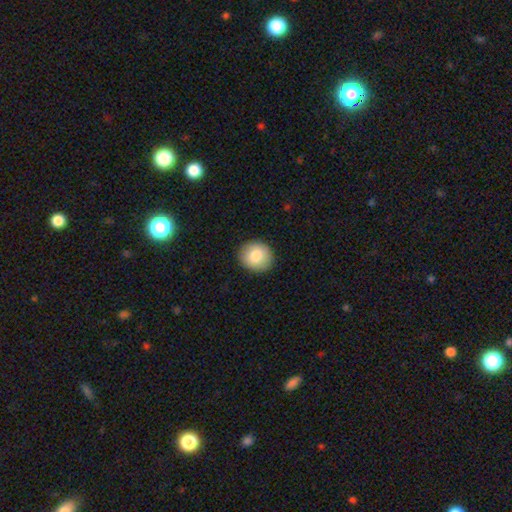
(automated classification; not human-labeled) Overall: smooth (83%). How rounded: round (83%). Merging: none (91%).